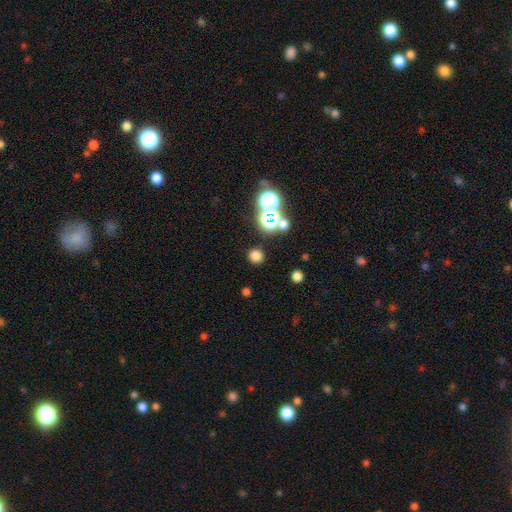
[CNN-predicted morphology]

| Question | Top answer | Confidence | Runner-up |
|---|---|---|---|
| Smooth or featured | smooth | 71% | star or artifact (23%) |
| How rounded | round | 89% | in between (10%) |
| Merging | none | 86% | minor disturbance (7%) |